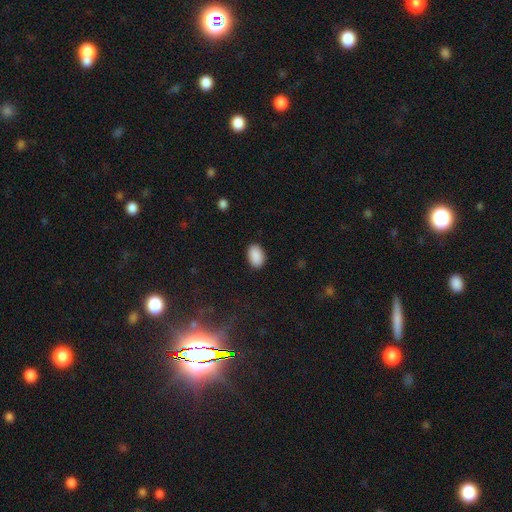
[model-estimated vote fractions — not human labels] Overall: smooth (90%). How rounded: in between (91%). Merging: none (89%).